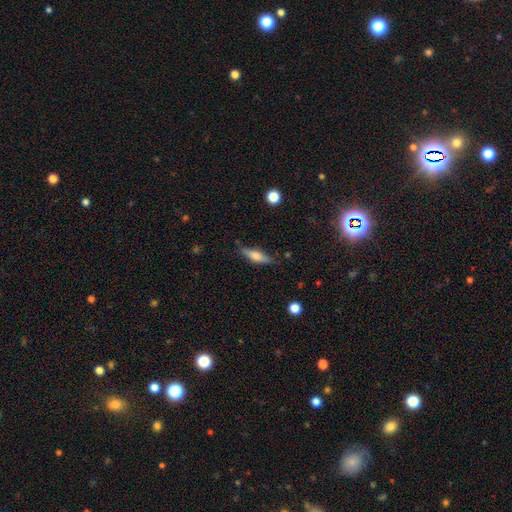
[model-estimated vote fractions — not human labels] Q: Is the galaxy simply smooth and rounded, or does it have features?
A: smooth — 54%.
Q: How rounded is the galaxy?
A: cigar-shaped — 64%.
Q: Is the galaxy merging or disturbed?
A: none — 81%.